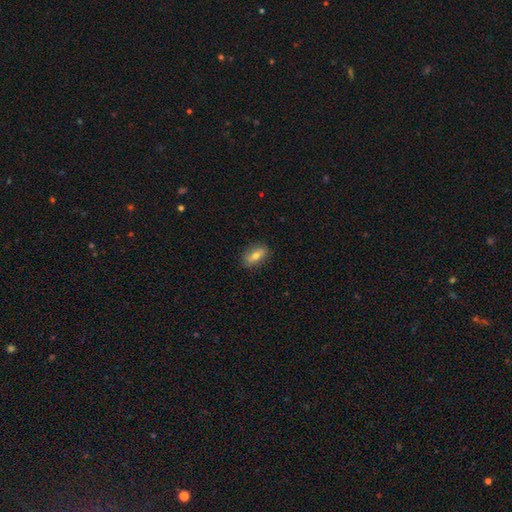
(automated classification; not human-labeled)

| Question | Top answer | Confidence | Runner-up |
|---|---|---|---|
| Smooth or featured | smooth | 62% | featured or disk (30%) |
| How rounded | in between | 76% | cigar-shaped (15%) |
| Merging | none | 85% | minor disturbance (12%) |